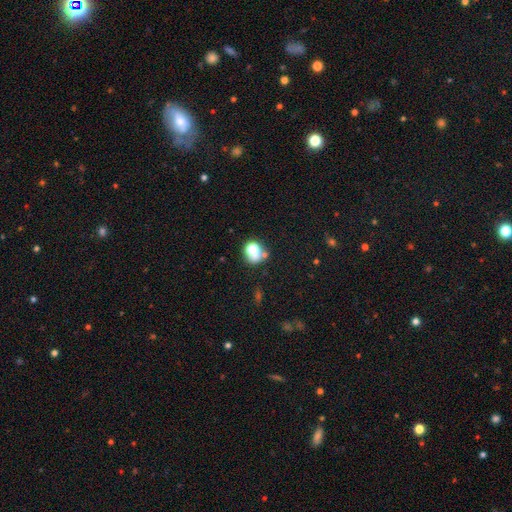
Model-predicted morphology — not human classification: This is likely a smooth galaxy (66%). How rounded: likely round (69%). Merging: marginally none (43%).